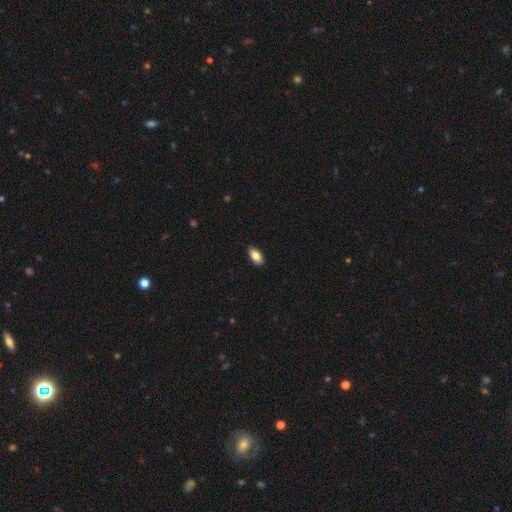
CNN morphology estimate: Smooth or featured? Predicted: smooth (p=0.78). How rounded? Predicted: in between (p=0.89). Merging? Predicted: none (p=0.88).